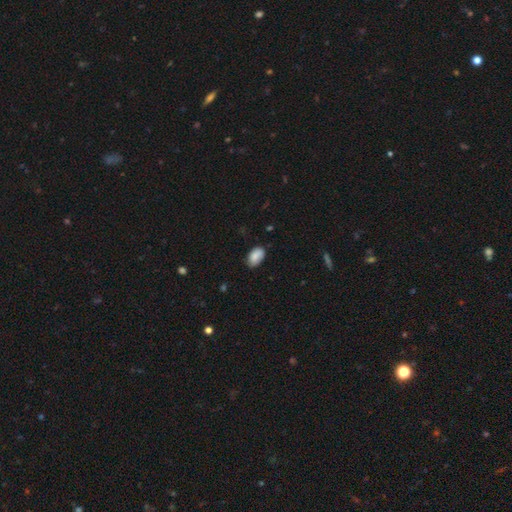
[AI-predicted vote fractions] The model was most divided on "merging": none: 74%, minor disturbance: 21%, major disturbance: 3%, merger: 1%. More confident: how rounded — in between (92%); smooth or featured — smooth (85%).